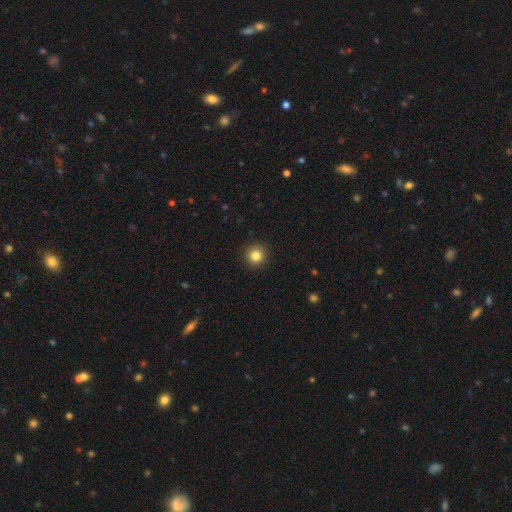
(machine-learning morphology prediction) Smooth or featured: smooth — 84% (star or artifact — 11%)
How rounded: round — 95% (in between — 4%)
Merging: none — 92% (minor disturbance — 5%)